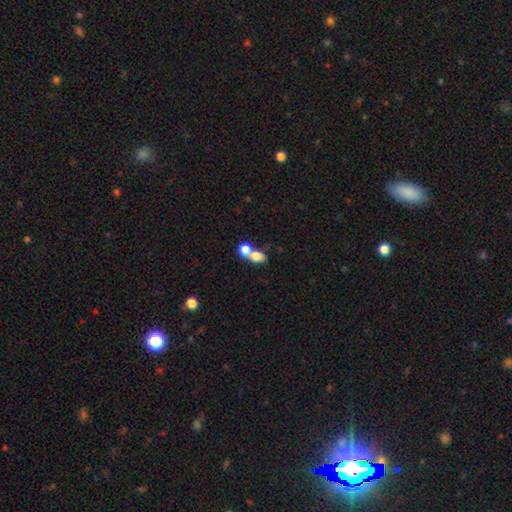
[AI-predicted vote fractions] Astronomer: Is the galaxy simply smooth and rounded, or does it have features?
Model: smooth — 76%.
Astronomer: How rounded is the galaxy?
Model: in between — 65%.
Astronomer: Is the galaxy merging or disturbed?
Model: merger — 62%.